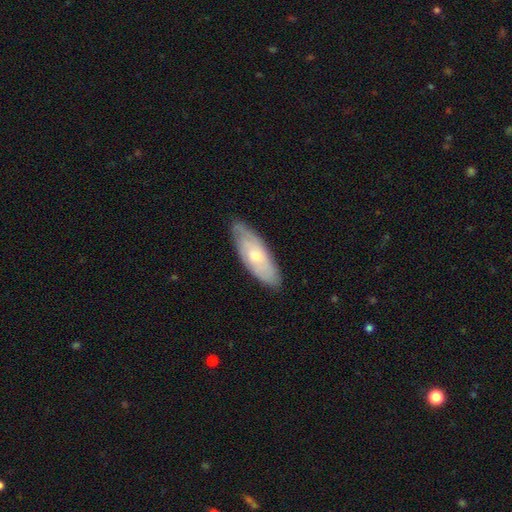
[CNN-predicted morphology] Overall: featured or disk (48%; smooth 46%). Merging: none (79%).